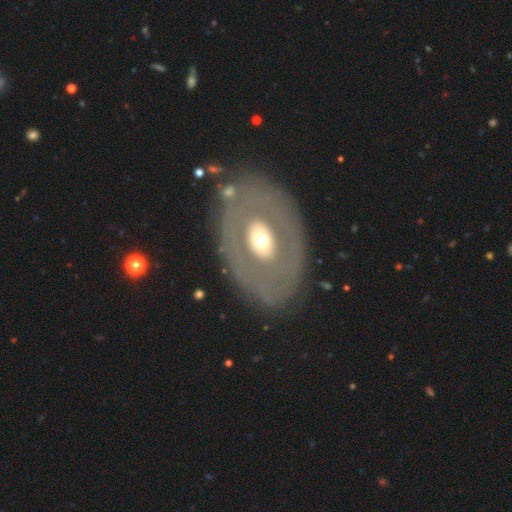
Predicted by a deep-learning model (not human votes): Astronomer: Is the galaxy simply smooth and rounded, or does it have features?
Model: featured or disk — 65%.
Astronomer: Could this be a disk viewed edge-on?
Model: no — 92%.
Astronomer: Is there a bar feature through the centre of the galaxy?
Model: no — 80%.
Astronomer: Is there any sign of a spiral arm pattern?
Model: no — 82%.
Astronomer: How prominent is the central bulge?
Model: moderate — 60%.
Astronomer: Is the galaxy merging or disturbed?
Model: none — 80%.